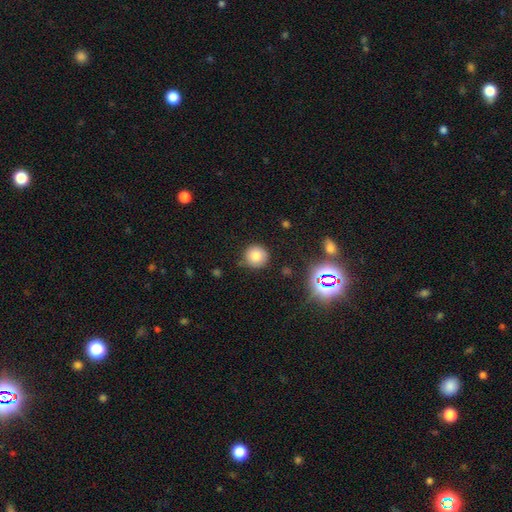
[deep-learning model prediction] The model was most divided on "smooth or featured": smooth: 79%, star or artifact: 14%, featured or disk: 7%. More confident: how rounded — round (94%); merging — none (85%).